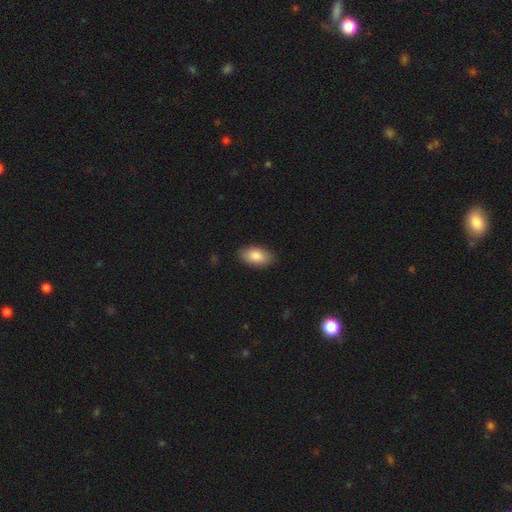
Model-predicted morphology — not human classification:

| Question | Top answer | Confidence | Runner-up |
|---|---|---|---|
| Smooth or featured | smooth | 87% | featured or disk (7%) |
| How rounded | in between | 93% | round (4%) |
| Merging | none | 87% | minor disturbance (10%) |